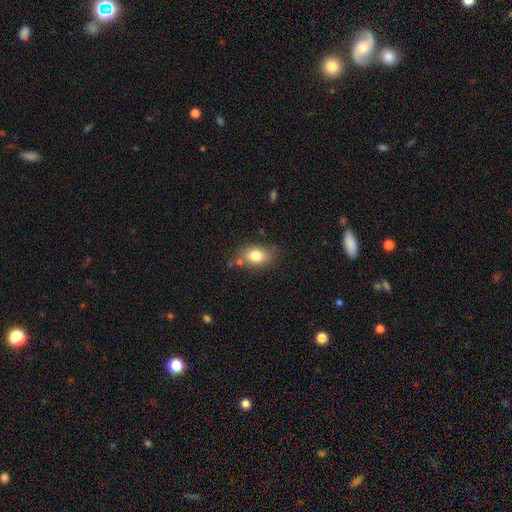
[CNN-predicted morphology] A smooth galaxy with no disk features (80%) that is in between round and cigar-shaped (79%).

Vote fractions:
- Smooth or featured? smooth: 80% / featured or disk: 11% / star or artifact: 9%
- How rounded? in between: 79% / round: 20% / cigar-shaped: 2%
- Merging? none: 74% / minor disturbance: 17% / merger: 6% / major disturbance: 4%